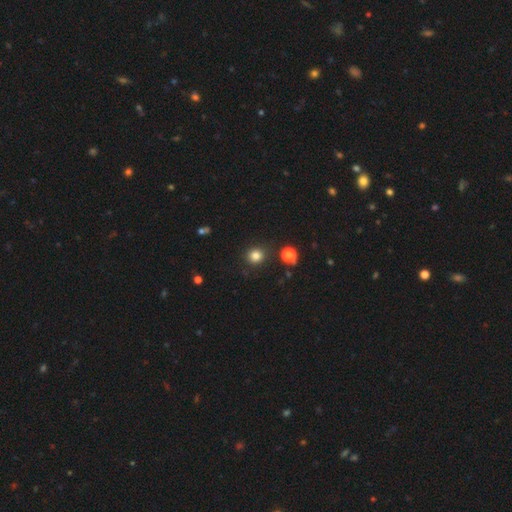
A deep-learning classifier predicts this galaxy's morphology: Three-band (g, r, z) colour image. It shows a smooth galaxy with no disk features (82%) that is round (89%). Merging: none (86%).